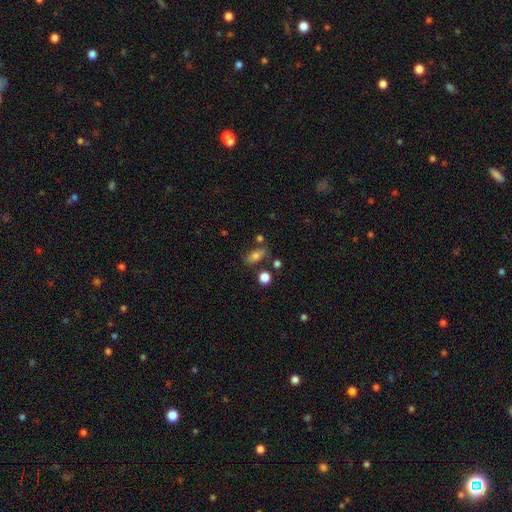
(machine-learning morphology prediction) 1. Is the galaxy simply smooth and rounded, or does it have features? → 73% smooth, 16% featured or disk, 11% star or artifact.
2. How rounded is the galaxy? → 80% in between, 11% round, 9% cigar-shaped.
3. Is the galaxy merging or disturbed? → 69% none, 16% minor disturbance, 9% merger, 5% major disturbance.